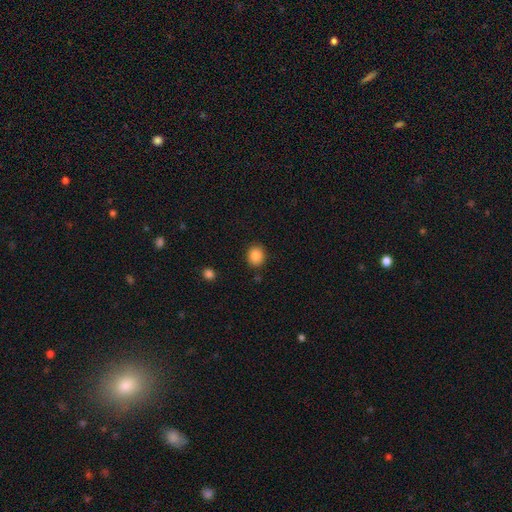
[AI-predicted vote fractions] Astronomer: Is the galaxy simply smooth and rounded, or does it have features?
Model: smooth — 86%.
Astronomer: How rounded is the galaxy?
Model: round — 77%.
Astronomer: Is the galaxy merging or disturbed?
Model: none — 88%.